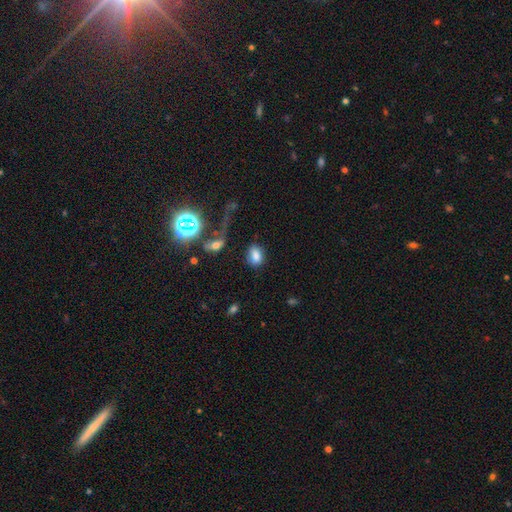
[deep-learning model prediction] Smooth or featured?
  - smooth: 80% *
  - star or artifact: 12%
  - featured or disk: 8%
How rounded?
  - in between: 77% *
  - round: 21%
  - cigar-shaped: 2%
Merging?
  - none: 71% *
  - minor disturbance: 16%
  - major disturbance: 7%
  - merger: 6%